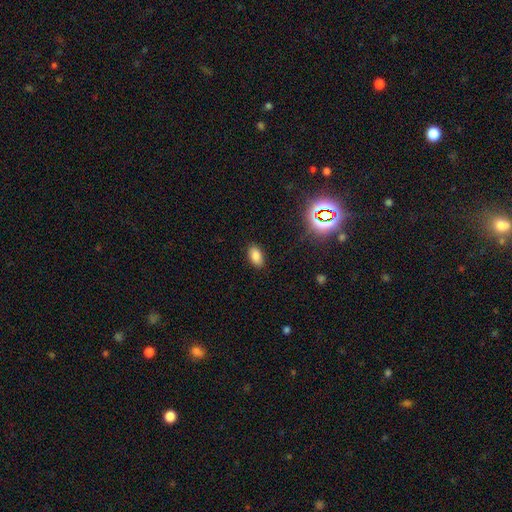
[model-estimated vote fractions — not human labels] smooth 82%, star or artifact 12%, featured or disk 6%. Down the decision tree: how rounded — in between (92%); merging — none (87%).